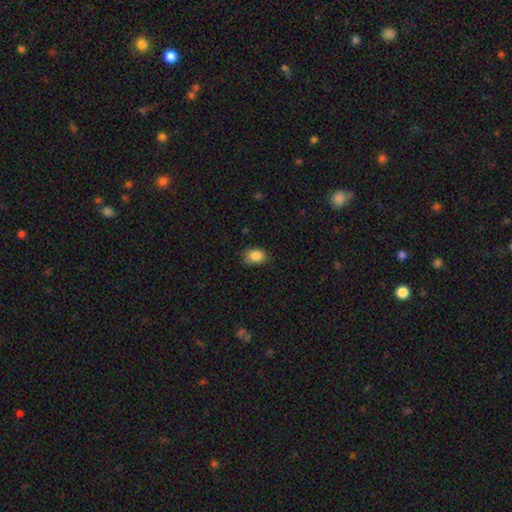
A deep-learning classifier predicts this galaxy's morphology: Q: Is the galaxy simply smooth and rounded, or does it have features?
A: smooth — 86%.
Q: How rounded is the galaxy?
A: in between — 71%.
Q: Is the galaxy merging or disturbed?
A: none — 78%.